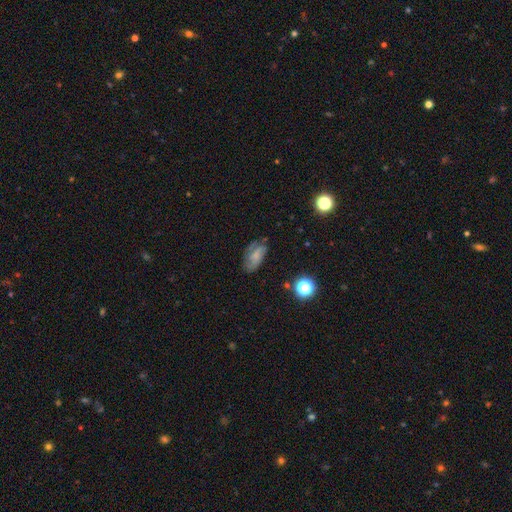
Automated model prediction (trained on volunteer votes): Q: Smooth or featured?
A: smooth (52%); runner-up: featured or disk (35%)
Q: How rounded?
A: in between (88%); runner-up: round (7%)
Q: Merging?
A: none (56%); runner-up: minor disturbance (27%)